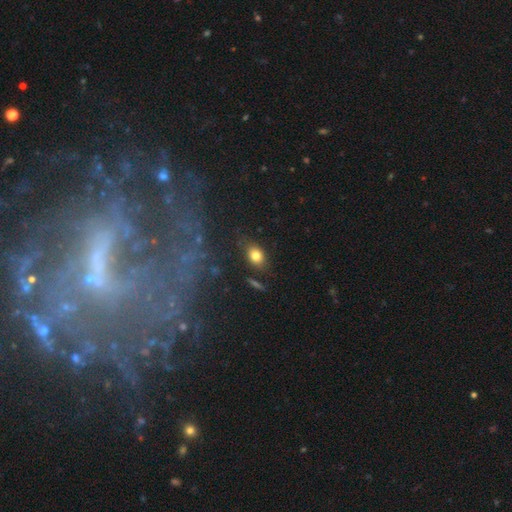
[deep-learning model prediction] Q: Smooth or featured?
A: smooth (80%); runner-up: featured or disk (10%)
Q: How rounded?
A: in between (75%); runner-up: round (23%)
Q: Merging?
A: none (80%); runner-up: minor disturbance (14%)